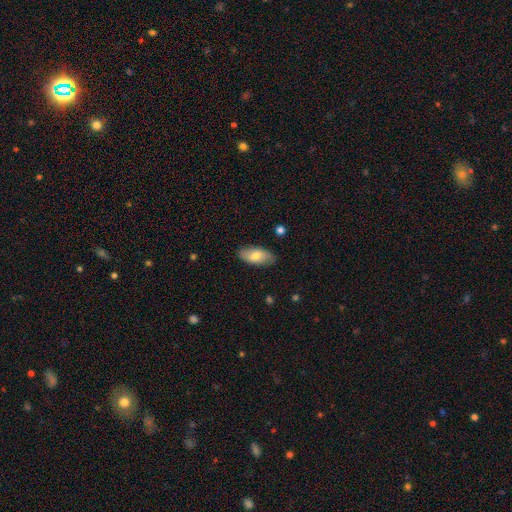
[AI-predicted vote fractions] smooth-or-featured: smooth: 73% | featured or disk: 21% | star or artifact: 6%
  how-rounded: in between: 91% | cigar-shaped: 7% | round: 3%
  merging: none: 84% | minor disturbance: 12% | major disturbance: 2% | merger: 1%